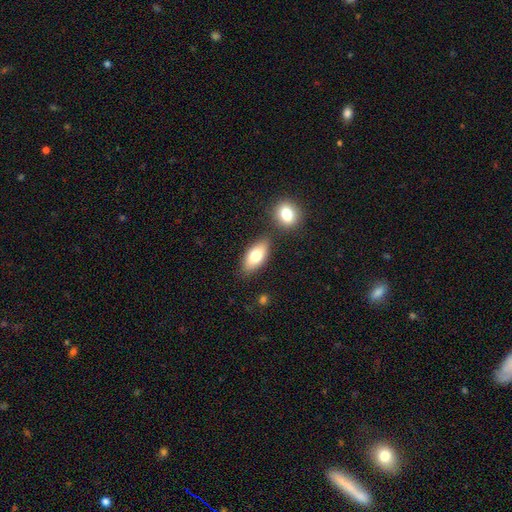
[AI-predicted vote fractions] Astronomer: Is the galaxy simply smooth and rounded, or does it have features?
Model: smooth — 77%.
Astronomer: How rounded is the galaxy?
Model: in between — 88%.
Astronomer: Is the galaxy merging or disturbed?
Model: none — 75%.